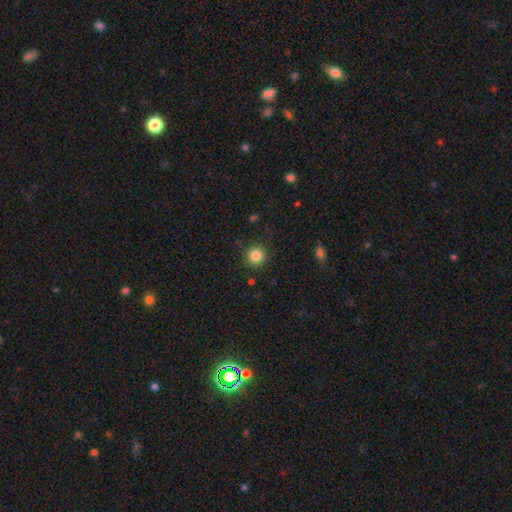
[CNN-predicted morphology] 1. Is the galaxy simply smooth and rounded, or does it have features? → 84% smooth, 11% star or artifact, 5% featured or disk.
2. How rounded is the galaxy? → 93% round, 6% in between, 1% cigar-shaped.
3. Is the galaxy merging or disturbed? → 90% none, 7% minor disturbance, 2% major disturbance, 1% merger.